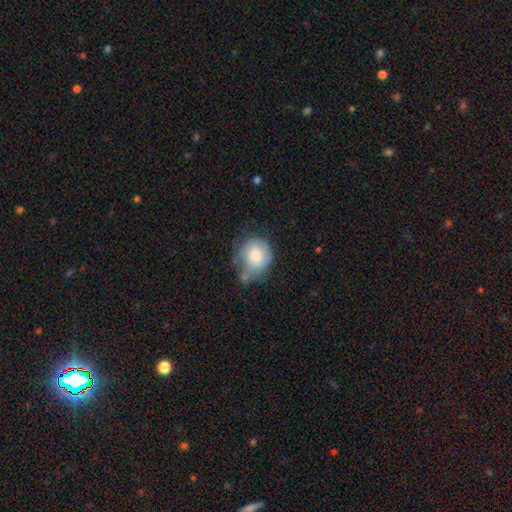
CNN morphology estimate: type=smooth (69%); roundness=round (65%); merging=minor disturbance (37%).